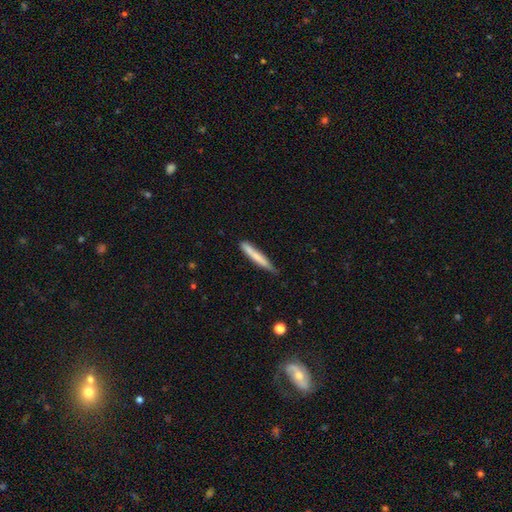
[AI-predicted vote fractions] The model was most divided on "merging": none: 69%, minor disturbance: 25%, major disturbance: 4%, merger: 3%. More confident: how rounded — cigar-shaped (95%); smooth or featured — smooth (69%).